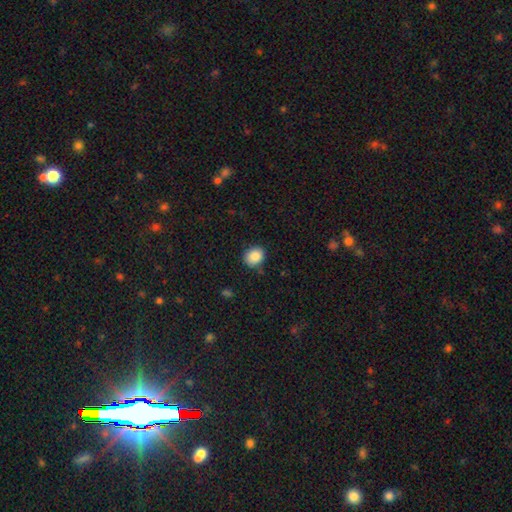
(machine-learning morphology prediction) smooth_or_featured: smooth (p=0.88) [alt: star or artifact p=0.08]
how_rounded: round (p=0.63) [alt: in between p=0.36]
merging: none (p=0.83) [alt: minor disturbance p=0.12]